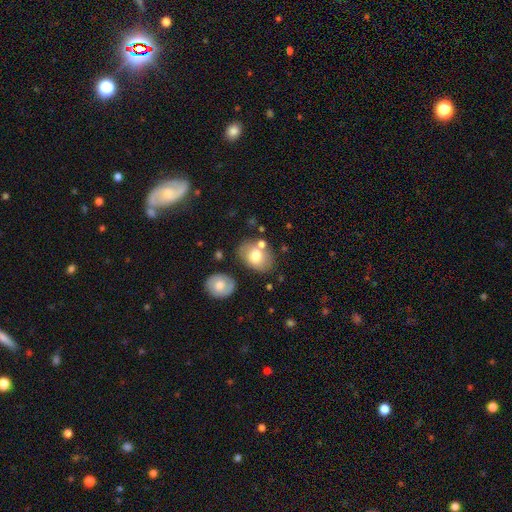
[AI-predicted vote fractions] Smooth or featured? smooth (71%)
How rounded? in between (71%)
Merging? none (65%)